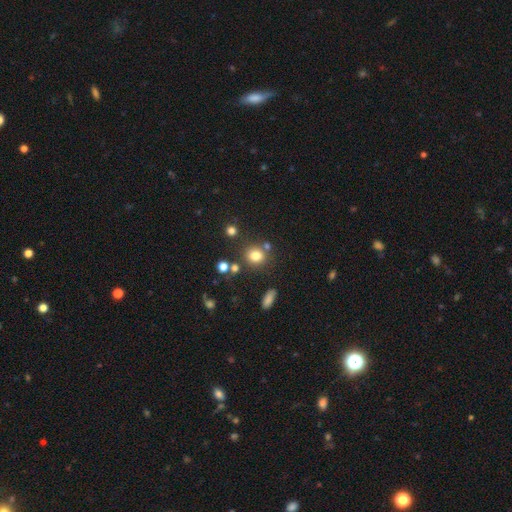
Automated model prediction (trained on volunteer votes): Smooth or featured? Predicted: smooth (p=0.78). How rounded? Predicted: round (p=0.80). Merging? Predicted: none (p=0.74).